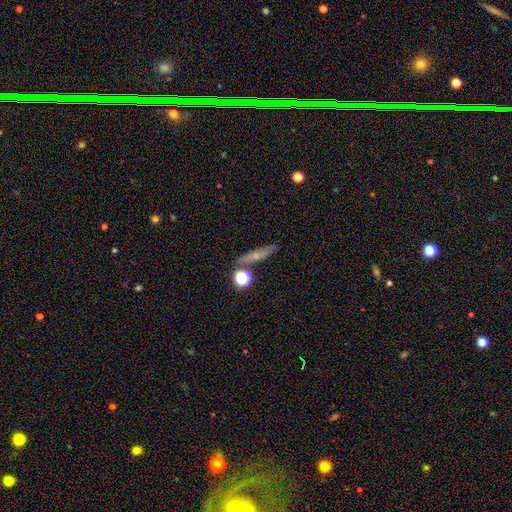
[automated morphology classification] Q: Smooth or featured?
A: smooth (51%); runner-up: featured or disk (34%)
Q: How rounded?
A: cigar-shaped (69%); runner-up: in between (18%)
Q: Merging?
A: none (77%); runner-up: minor disturbance (12%)